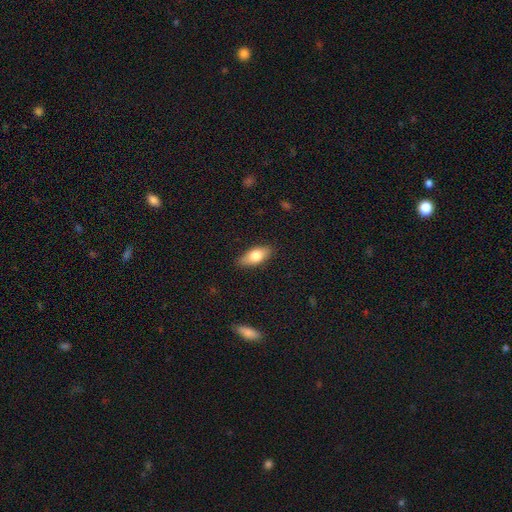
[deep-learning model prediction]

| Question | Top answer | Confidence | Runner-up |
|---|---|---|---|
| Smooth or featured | smooth | 73% | featured or disk (21%) |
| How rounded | in between | 81% | cigar-shaped (16%) |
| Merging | none | 87% | minor disturbance (10%) |